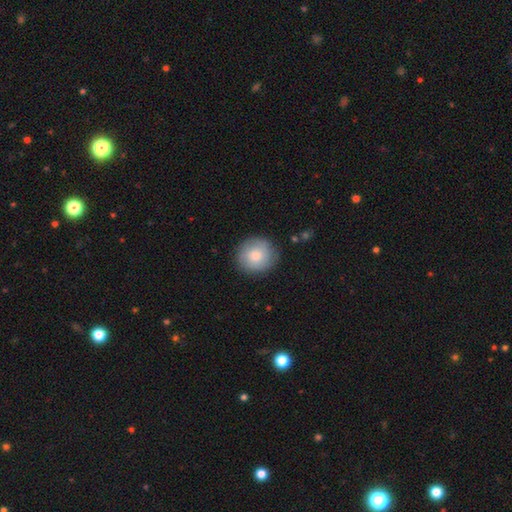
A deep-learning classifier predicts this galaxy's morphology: This appears to be a smooth galaxy with no disk features (75%) that is round (88%). Merging: none (84%).